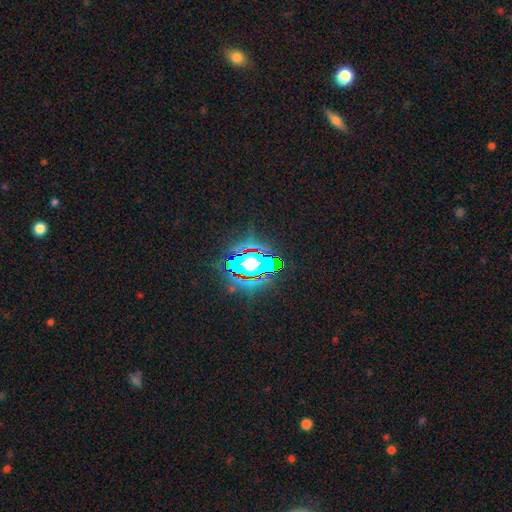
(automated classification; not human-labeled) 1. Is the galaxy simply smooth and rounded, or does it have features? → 76% star or artifact, 13% featured or disk, 11% smooth.